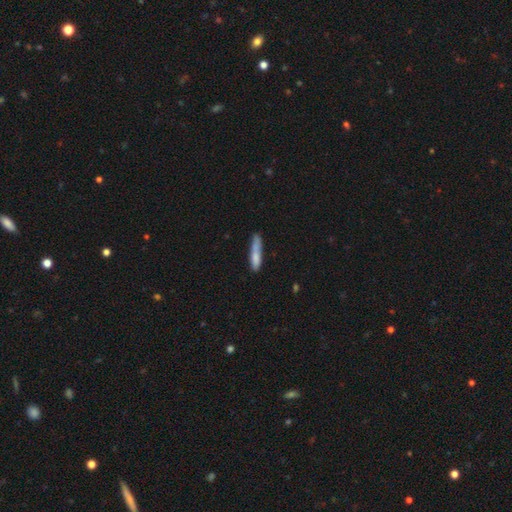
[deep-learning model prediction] A smooth galaxy with no disk features (76%) that is cigar-shaped (86%).

Vote fractions:
- Smooth or featured? smooth: 76% / featured or disk: 17% / star or artifact: 7%
- How rounded? cigar-shaped: 86% / in between: 12% / round: 2%
- Merging? none: 57% / minor disturbance: 27% / merger: 8% / major disturbance: 8%